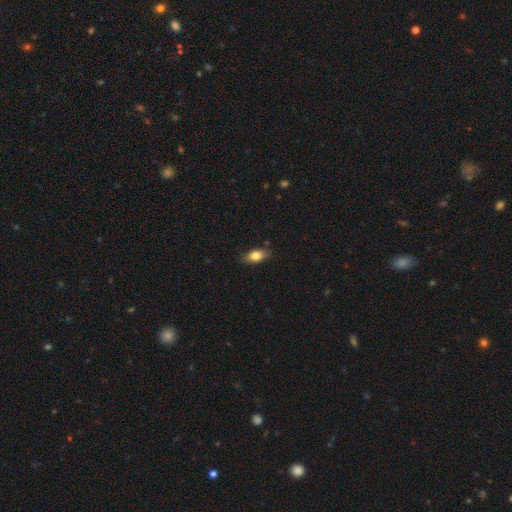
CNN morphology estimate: This is clearly a smooth galaxy (81%). How rounded: clearly in between (87%). Merging: clearly none (83%).